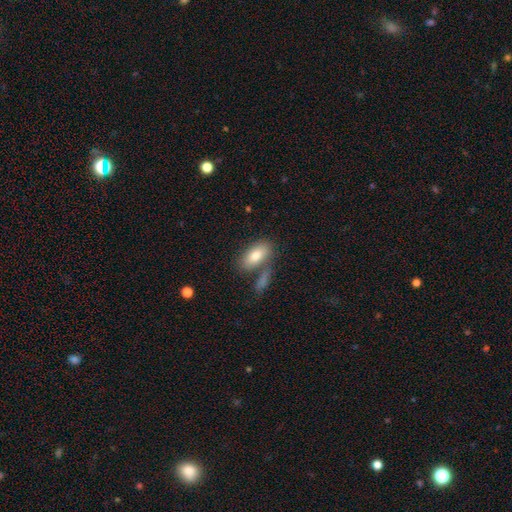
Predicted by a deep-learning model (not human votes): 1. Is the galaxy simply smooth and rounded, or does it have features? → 78% smooth, 15% featured or disk, 7% star or artifact.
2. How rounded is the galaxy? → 88% in between, 8% cigar-shaped, 4% round.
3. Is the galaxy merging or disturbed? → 60% none, 21% merger, 14% minor disturbance, 5% major disturbance.